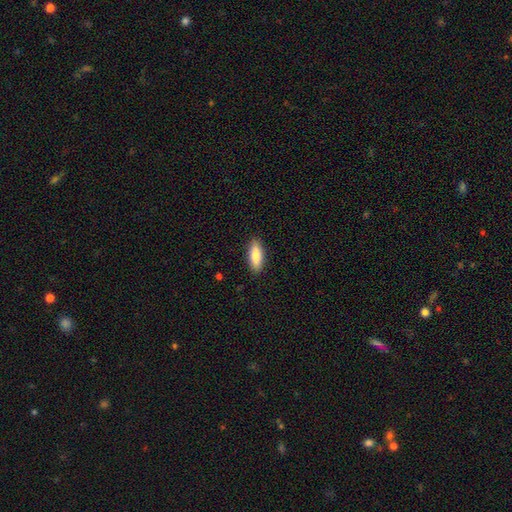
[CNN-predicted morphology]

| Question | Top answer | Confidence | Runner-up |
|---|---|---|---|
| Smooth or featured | smooth | 85% | featured or disk (9%) |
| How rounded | in between | 68% | cigar-shaped (30%) |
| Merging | none | 89% | minor disturbance (8%) |